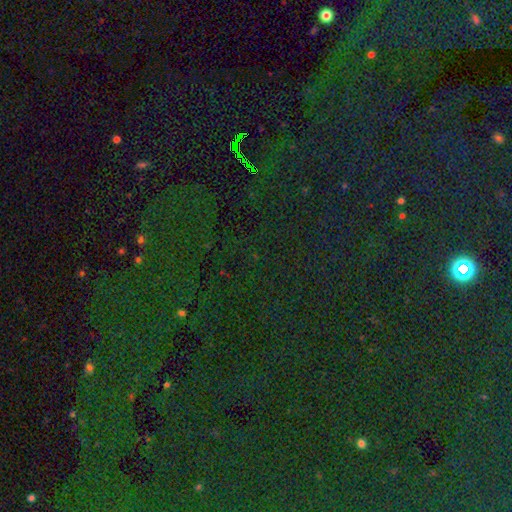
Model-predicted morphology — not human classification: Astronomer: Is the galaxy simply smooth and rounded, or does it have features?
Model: star or artifact — 81%.